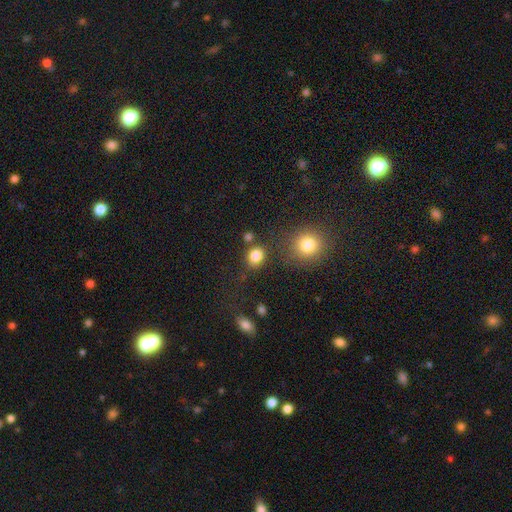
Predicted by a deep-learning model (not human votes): Q: Smooth or featured?
A: smooth (83%); runner-up: star or artifact (12%)
Q: How rounded?
A: round (61%); runner-up: in between (38%)
Q: Merging?
A: none (72%); runner-up: minor disturbance (13%)